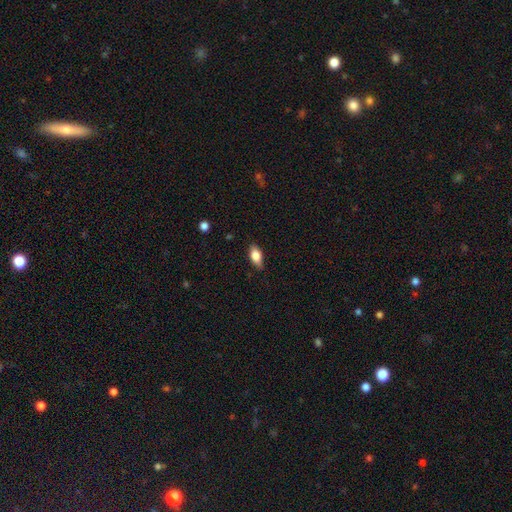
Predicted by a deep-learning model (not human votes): Q: Smooth or featured?
A: smooth (81%); runner-up: featured or disk (12%)
Q: How rounded?
A: in between (86%); runner-up: cigar-shaped (10%)
Q: Merging?
A: none (81%); runner-up: minor disturbance (15%)